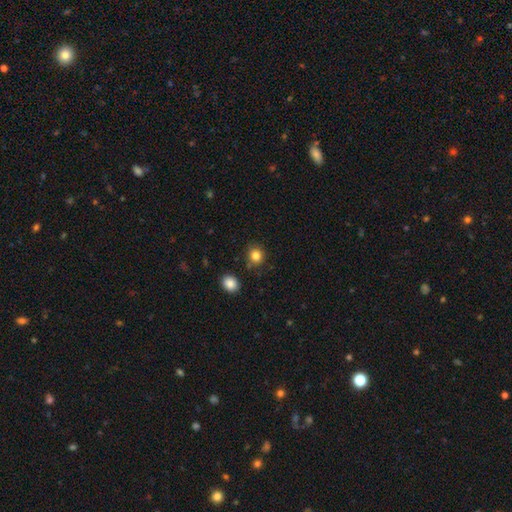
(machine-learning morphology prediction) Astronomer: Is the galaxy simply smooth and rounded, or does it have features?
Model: smooth — 84%.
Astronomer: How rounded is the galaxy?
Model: round — 86%.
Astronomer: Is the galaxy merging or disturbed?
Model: none — 84%.